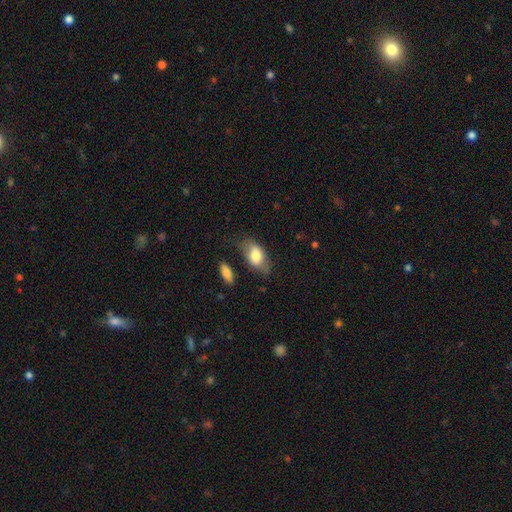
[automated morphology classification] smooth-or-featured: smooth: 73% | featured or disk: 20% | star or artifact: 7%
  how-rounded: in between: 90% | round: 7% | cigar-shaped: 3%
  merging: none: 58% | minor disturbance: 28% | major disturbance: 11% | merger: 4%